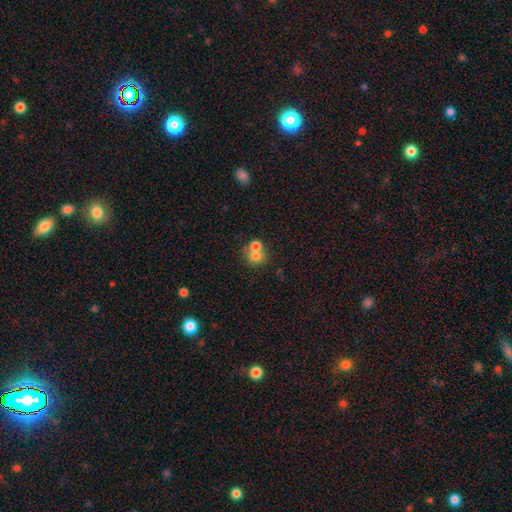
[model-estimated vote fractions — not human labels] smooth 71%, featured or disk 17%, star or artifact 12%. Down the decision tree: how rounded — round (79%); merging — merger (55%).